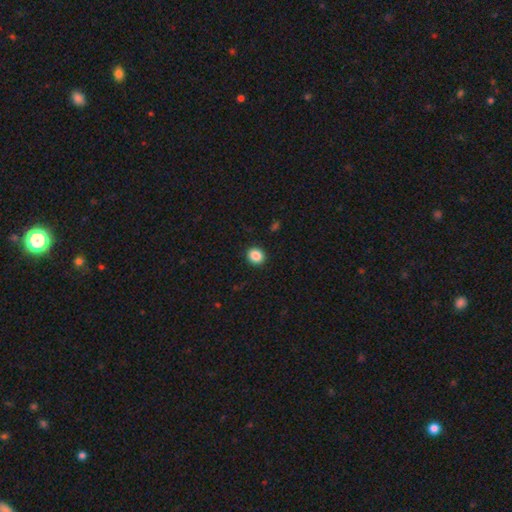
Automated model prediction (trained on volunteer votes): This appears to be a smooth galaxy with no disk features (87%) that is round (77%). Merging: none (92%).